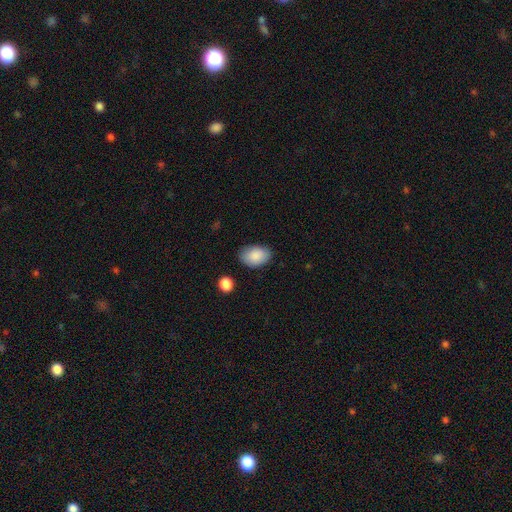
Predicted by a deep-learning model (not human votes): smooth_or_featured: smooth (p=0.88) [alt: star or artifact p=0.07]
how_rounded: in between (p=0.88) [alt: round p=0.11]
merging: none (p=0.80) [alt: minor disturbance p=0.15]